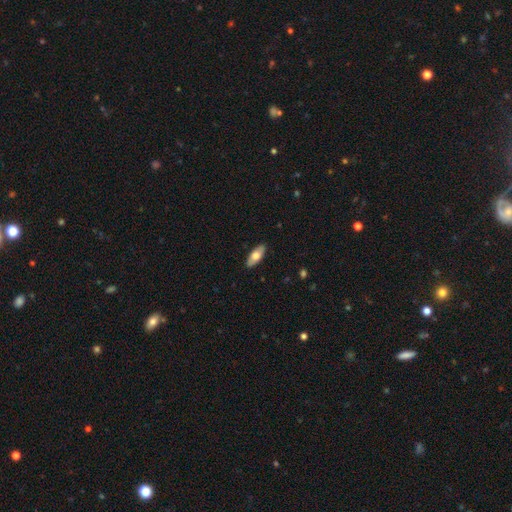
A smooth galaxy with no disk features (72%) that is in between round and cigar-shaped (88%). Merging: none (89%).